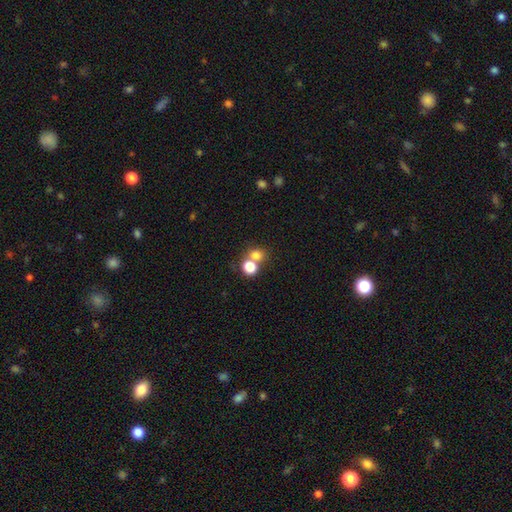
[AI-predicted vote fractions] Smooth or featured? Predicted: smooth (p=0.75). How rounded? Predicted: round (p=0.77). Merging? Predicted: none (p=0.49).